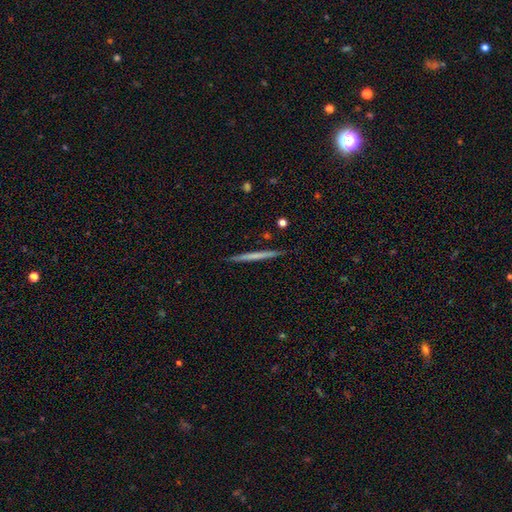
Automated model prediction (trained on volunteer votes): smooth 50%, featured or disk 44%, star or artifact 5%. Down the decision tree: how rounded — cigar-shaped (97%); merging — none (91%).